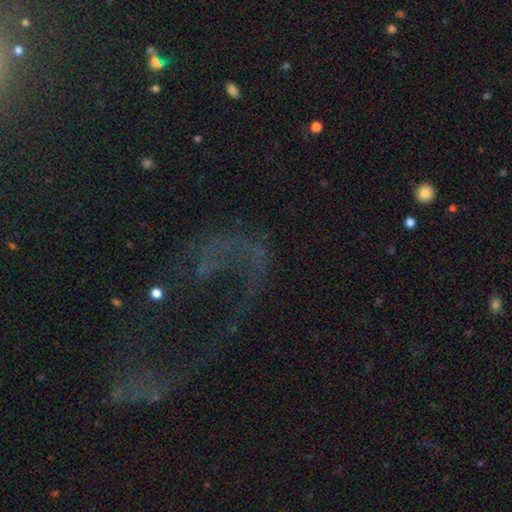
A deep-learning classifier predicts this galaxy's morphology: This is marginally a featured or disk galaxy (44%). Merging: marginally major disturbance (43%).